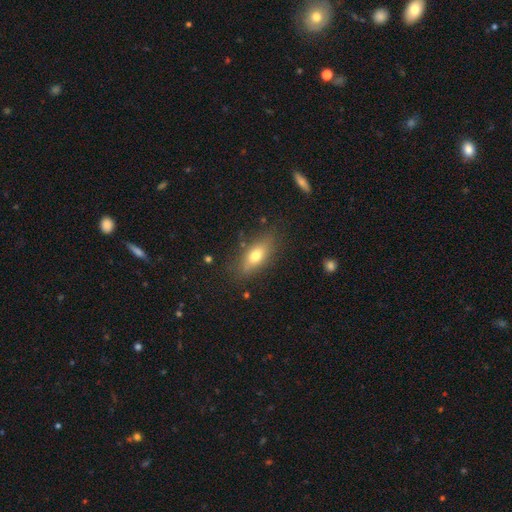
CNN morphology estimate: The model was most divided on "smooth or featured": smooth: 69%, featured or disk: 23%, star or artifact: 8%. More confident: merging — none (81%); how rounded — in between (75%).